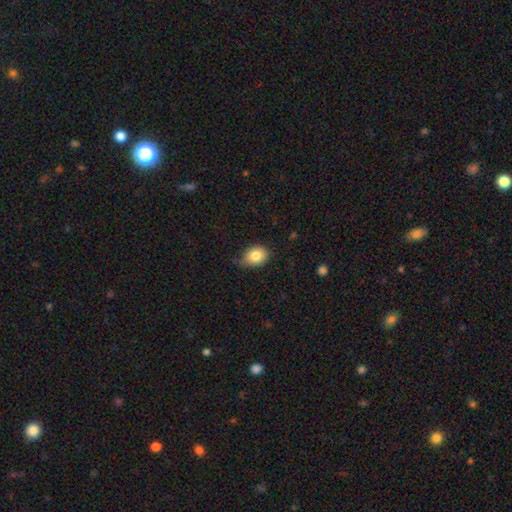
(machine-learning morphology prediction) smooth_or_featured: smooth (p=0.82) [alt: star or artifact p=0.09]
how_rounded: in between (p=0.56) [alt: round p=0.43]
merging: none (p=0.67) [alt: minor disturbance p=0.27]